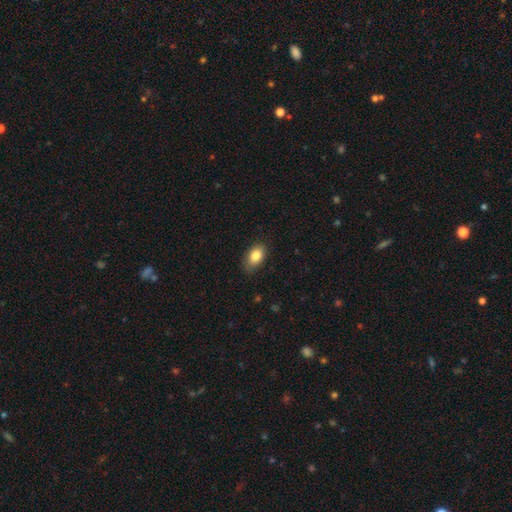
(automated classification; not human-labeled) Smooth or featured? Predicted: smooth (p=0.84). How rounded? Predicted: in between (p=0.89). Merging? Predicted: none (p=0.79).